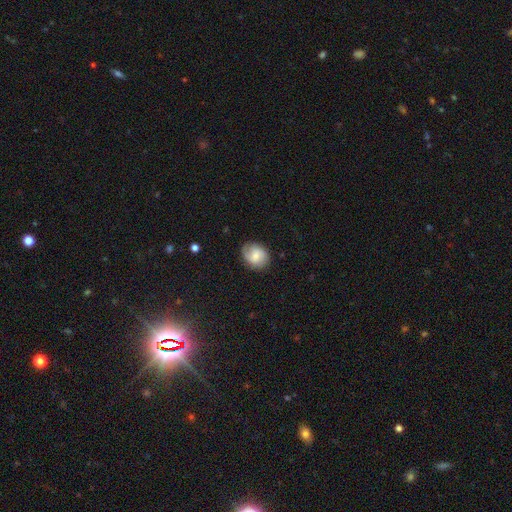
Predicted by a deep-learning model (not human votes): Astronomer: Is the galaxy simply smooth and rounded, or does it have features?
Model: smooth — 47% (runner-up: featured or disk, 45%).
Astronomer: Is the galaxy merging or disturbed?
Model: none — 74%.